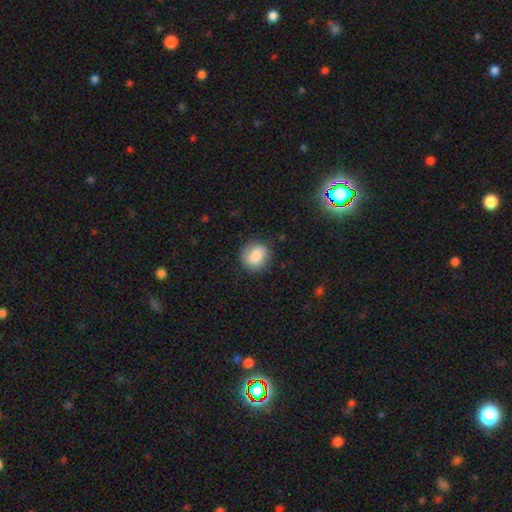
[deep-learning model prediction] A smooth galaxy with no disk features (82%) that is round (76%).

Vote fractions:
- Smooth or featured? smooth: 82% / featured or disk: 11% / star or artifact: 8%
- How rounded? round: 76% / in between: 22% / cigar-shaped: 1%
- Merging? none: 83% / minor disturbance: 13% / major disturbance: 4% / merger: 1%